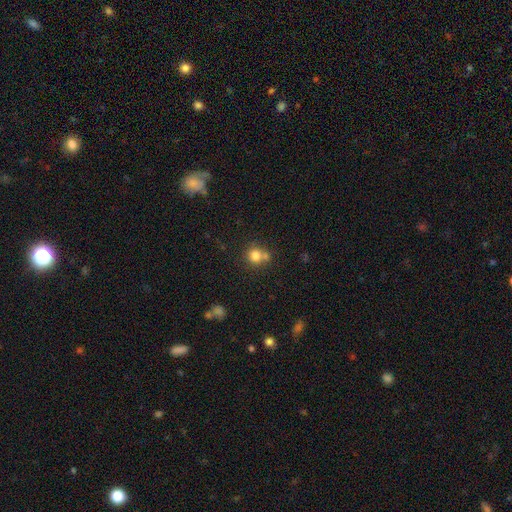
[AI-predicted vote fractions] A smooth galaxy with no disk features (80%) that is round (88%).

Vote fractions:
- Smooth or featured? smooth: 80% / star or artifact: 12% / featured or disk: 8%
- How rounded? round: 88% / in between: 11% / cigar-shaped: 1%
- Merging? none: 56% / merger: 29% / minor disturbance: 11% / major disturbance: 4%